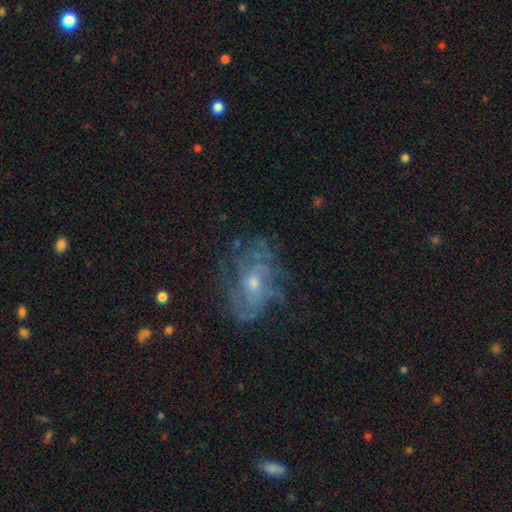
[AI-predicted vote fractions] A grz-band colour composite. It shows a featured or disk galaxy (62%) with no bar (59%), spiral arms (80%) and a small central bulge (54%). Merging: none (71%).